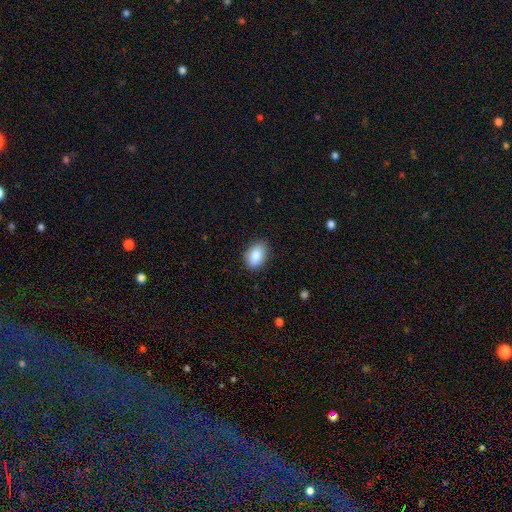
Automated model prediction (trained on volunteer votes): Morphology: type=smooth (86%); roundness=in between (86%); merging=none (86%).